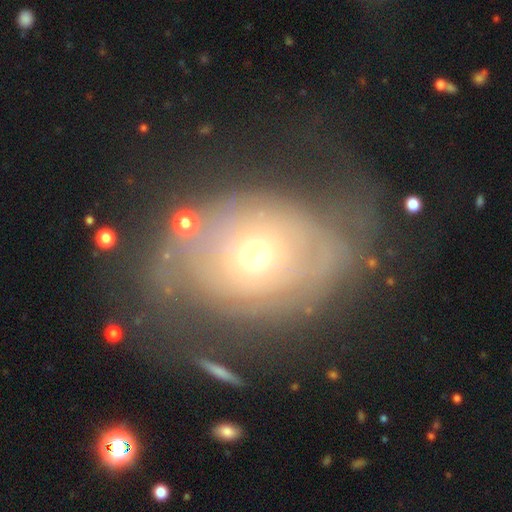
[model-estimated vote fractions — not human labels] featured or disk 53%, smooth 36%, star or artifact 12%. Down the decision tree: edge-on disk — no (92%); merging — none (48%).